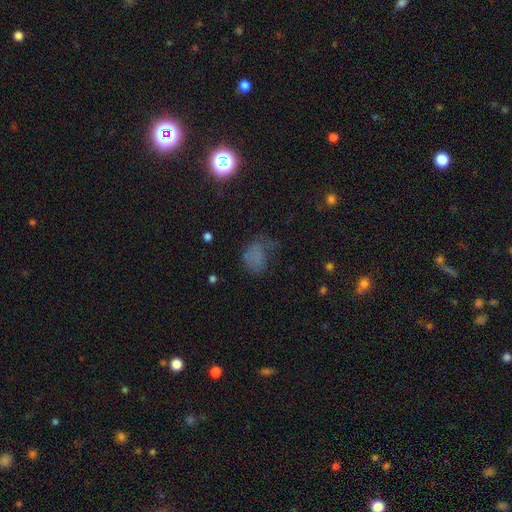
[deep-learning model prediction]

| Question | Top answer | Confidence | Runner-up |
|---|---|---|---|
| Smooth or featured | smooth | 58% | star or artifact (25%) |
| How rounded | in between | 61% | round (37%) |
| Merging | none | 38% | major disturbance (33%) |